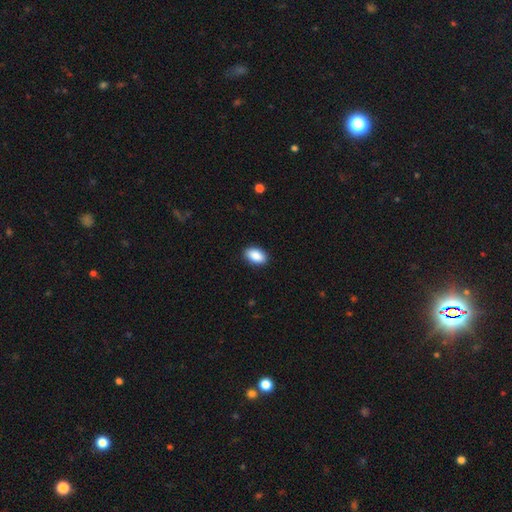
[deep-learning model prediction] A smooth galaxy with no disk features (90%) that is in between round and cigar-shaped (93%). Merging: none (90%).